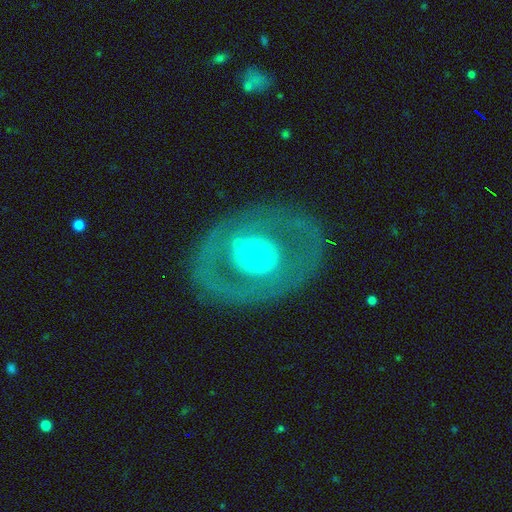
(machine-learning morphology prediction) Smooth or featured: featured or disk — 66% (smooth — 28%)
Edge-on disk: no — 94% (yes — 6%)
Bar: no — 86% (weak — 10%)
Spiral arms: no — 76% (yes — 24%)
Bulge size: moderate — 65% (small — 21%)
Merging: none — 74% (minor disturbance — 12%)